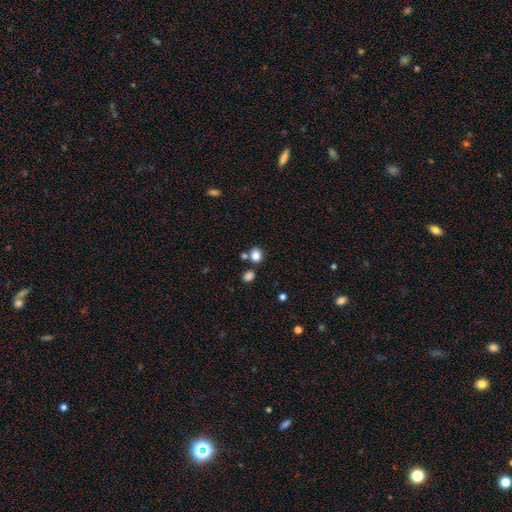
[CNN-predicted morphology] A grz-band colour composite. It shows a smooth galaxy with no disk features (83%) that is round (72%). Merging: none (68%).